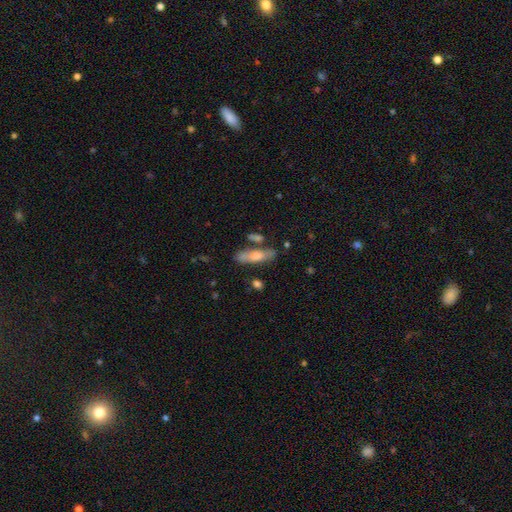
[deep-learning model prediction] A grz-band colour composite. It shows a smooth galaxy with no disk features (70%) that is cigar-shaped (58%). Merging: none (69%).